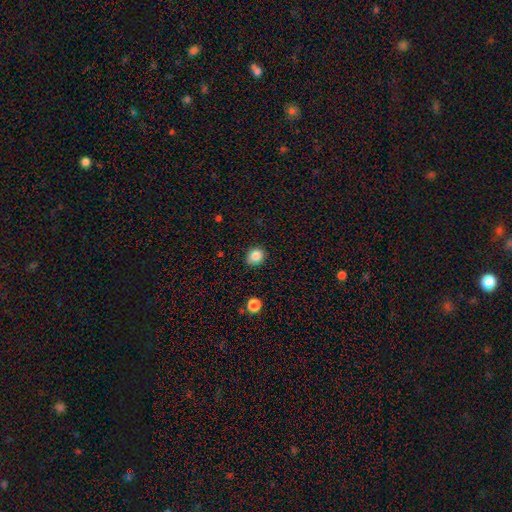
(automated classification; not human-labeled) A smooth galaxy with no disk features (84%) that is round (78%). Merging: none (86%).